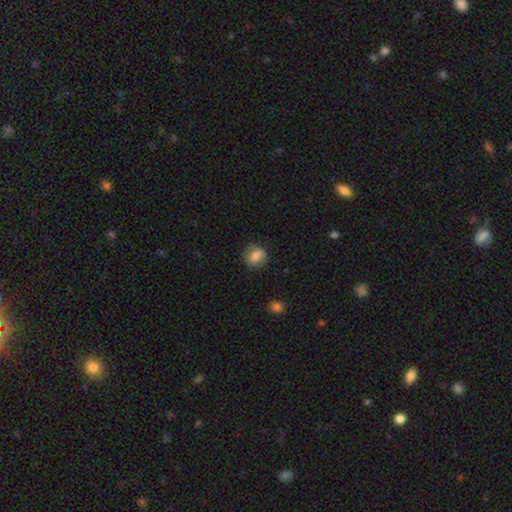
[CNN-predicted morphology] type=smooth (77%); roundness=round (63%); merging=none (76%).